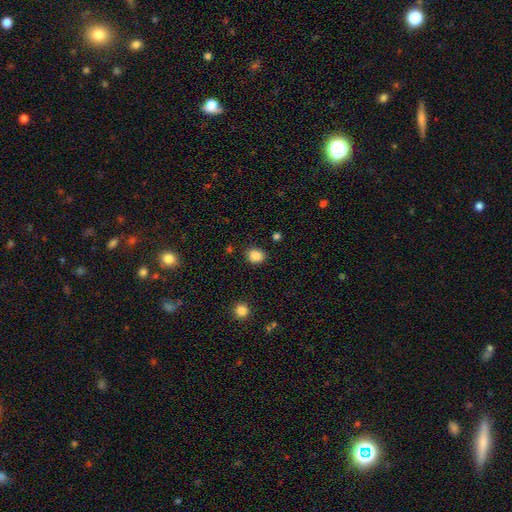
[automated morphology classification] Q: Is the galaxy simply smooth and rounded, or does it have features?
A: smooth — 87%.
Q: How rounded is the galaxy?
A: round — 59%.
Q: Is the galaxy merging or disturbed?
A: none — 87%.